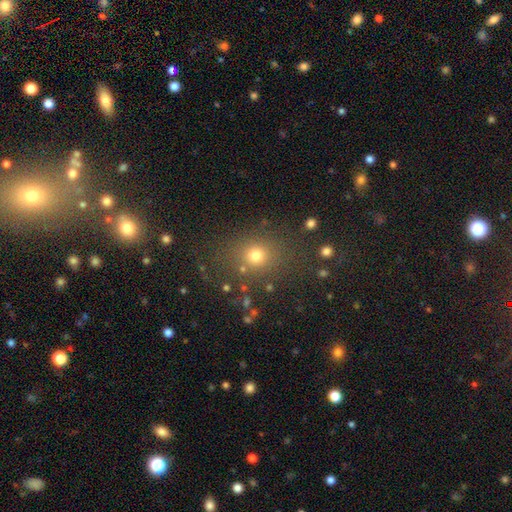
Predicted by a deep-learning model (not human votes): A smooth galaxy with no disk features (72%) that is round (72%). Merging: none (79%).